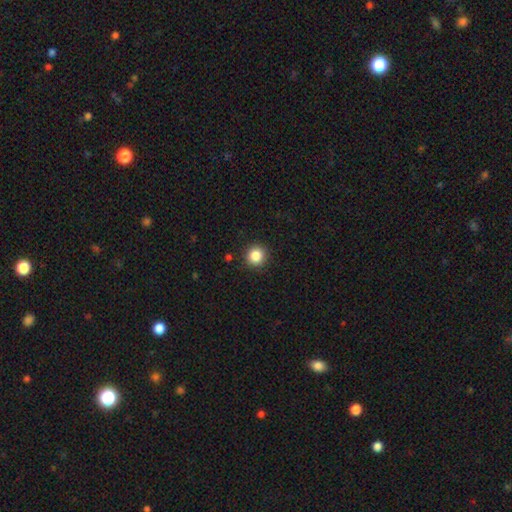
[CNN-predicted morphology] Smooth or featured?
  - smooth: 86% *
  - star or artifact: 10%
  - featured or disk: 4%
How rounded?
  - round: 93% *
  - in between: 6%
  - cigar-shaped: 1%
Merging?
  - none: 91% *
  - minor disturbance: 6%
  - major disturbance: 2%
  - merger: 1%